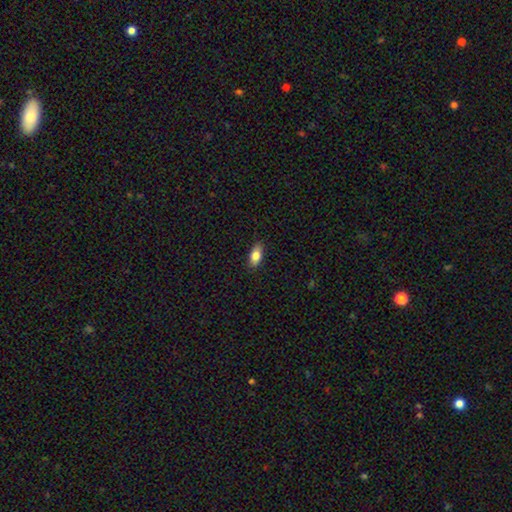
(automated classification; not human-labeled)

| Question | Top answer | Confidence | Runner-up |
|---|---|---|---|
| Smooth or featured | smooth | 82% | featured or disk (11%) |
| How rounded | in between | 87% | cigar-shaped (9%) |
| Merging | none | 87% | minor disturbance (10%) |